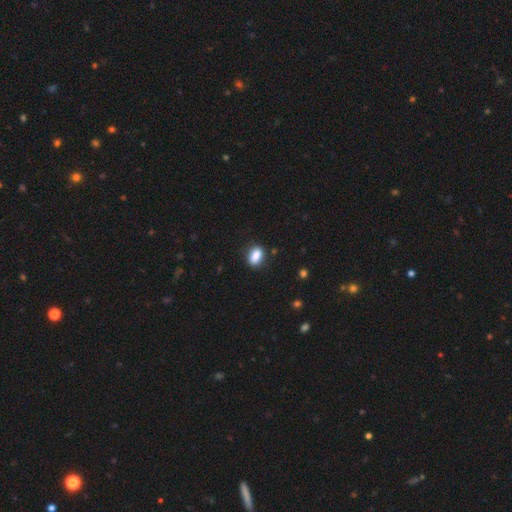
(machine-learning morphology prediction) smooth_or_featured: smooth (p=0.87) [alt: star or artifact p=0.08]
how_rounded: in between (p=0.84) [alt: round p=0.12]
merging: none (p=0.84) [alt: minor disturbance p=0.12]